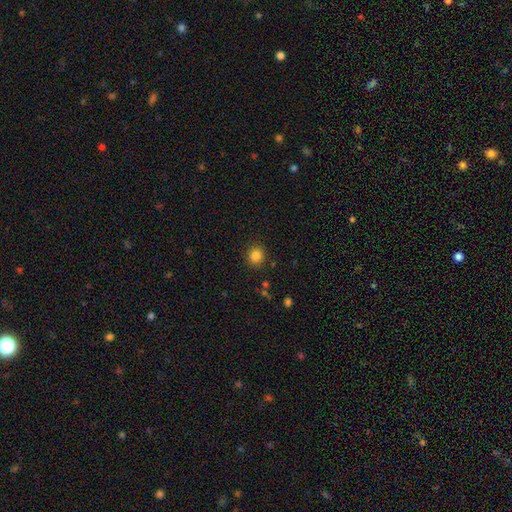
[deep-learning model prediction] smooth_or_featured: smooth (p=0.84) [alt: star or artifact p=0.11]
how_rounded: round (p=0.85) [alt: in between p=0.14]
merging: none (p=0.89) [alt: minor disturbance p=0.07]